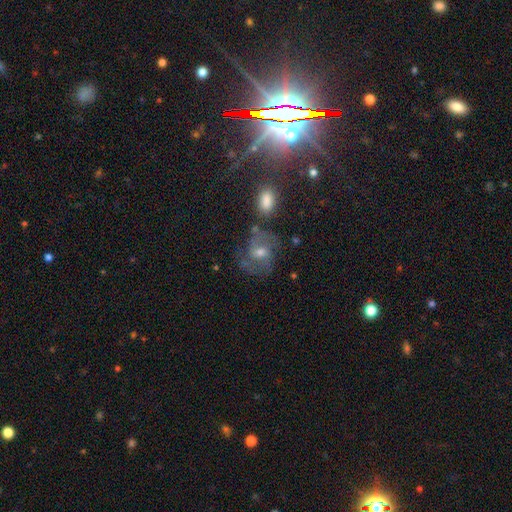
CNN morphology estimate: smooth_or_featured: featured or disk (p=0.68) [alt: smooth p=0.18]
disk_edge_on: no (p=0.97) [alt: yes p=0.03]
bar: no (p=0.47) [alt: weak p=0.43]
has_spiral_arms: yes (p=0.88) [alt: no p=0.12]
spiral_winding: medium (p=0.51) [alt: tight p=0.27]
spiral_arm_count: 2 (p=0.58) [alt: can't tell p=0.19]
bulge_size: moderate (p=0.63) [alt: small p=0.27]
merging: none (p=0.64) [alt: minor disturbance p=0.18]